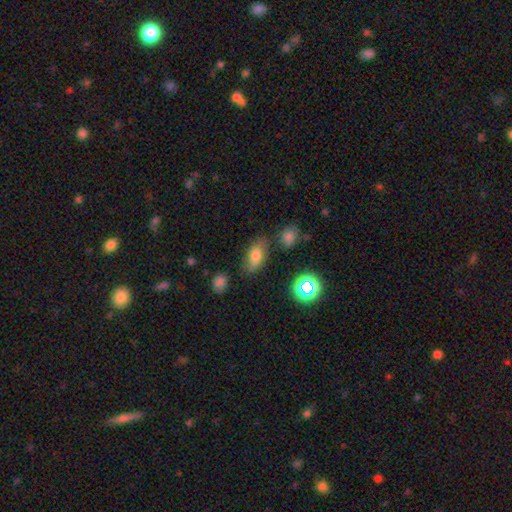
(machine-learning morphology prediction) smooth 72%, featured or disk 14%, star or artifact 13%. Down the decision tree: how rounded — in between (86%); merging — none (70%).